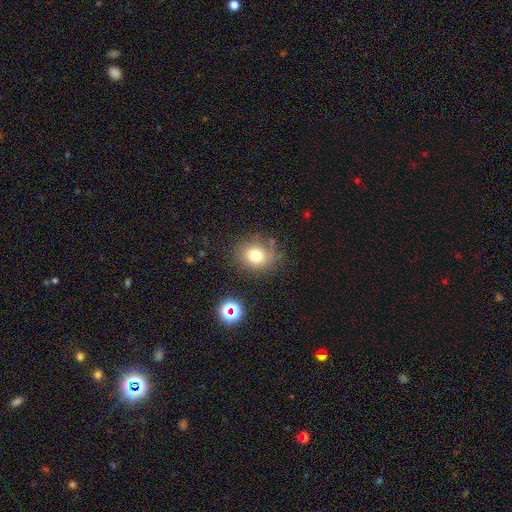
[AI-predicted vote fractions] This appears to be a smooth galaxy with no disk features (74%) that is round (76%). Merging: none (77%).